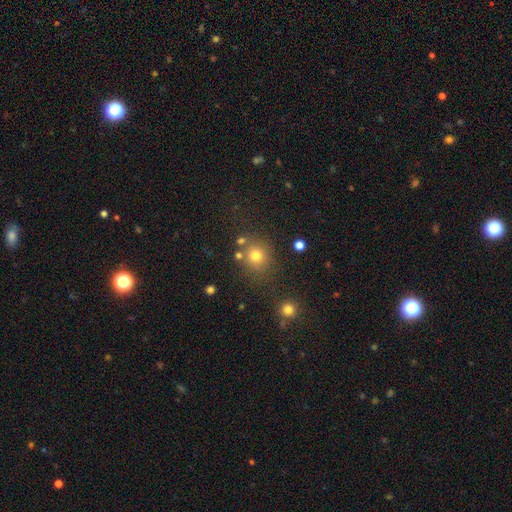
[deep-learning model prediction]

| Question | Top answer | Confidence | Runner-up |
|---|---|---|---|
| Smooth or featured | smooth | 75% | star or artifact (17%) |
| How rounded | round | 87% | in between (12%) |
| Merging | none | 74% | minor disturbance (11%) |